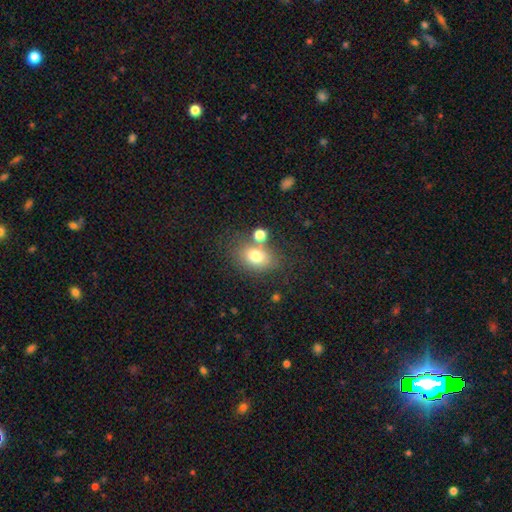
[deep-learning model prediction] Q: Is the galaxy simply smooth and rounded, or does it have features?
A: smooth — 75%.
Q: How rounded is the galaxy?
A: in between — 67%.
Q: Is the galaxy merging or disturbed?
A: none — 63%.